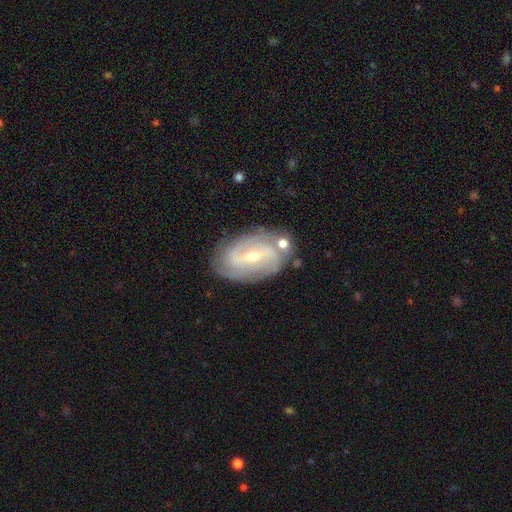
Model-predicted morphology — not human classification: smooth_or_featured: featured or disk (p=0.83) [alt: smooth p=0.10]
disk_edge_on: no (p=0.95) [alt: yes p=0.05]
bar: weak (p=0.42) [alt: strong p=0.39]
has_spiral_arms: yes (p=0.93) [alt: no p=0.07]
spiral_winding: tight (p=0.44) [alt: medium p=0.39]
spiral_arm_count: 2 (p=0.61) [alt: can't tell p=0.16]
bulge_size: small (p=0.51) [alt: moderate p=0.46]
merging: none (p=0.76) [alt: minor disturbance p=0.14]